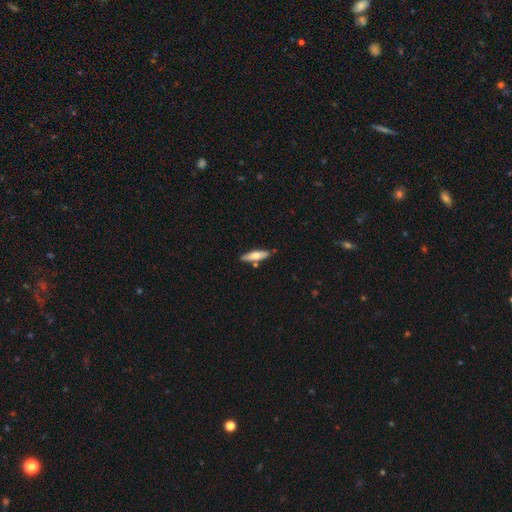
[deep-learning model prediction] Smooth or featured?
  - smooth: 62% *
  - featured or disk: 32%
  - star or artifact: 6%
How rounded?
  - cigar-shaped: 65% *
  - in between: 33%
  - round: 2%
Merging?
  - none: 81% *
  - minor disturbance: 12%
  - merger: 6%
  - major disturbance: 2%